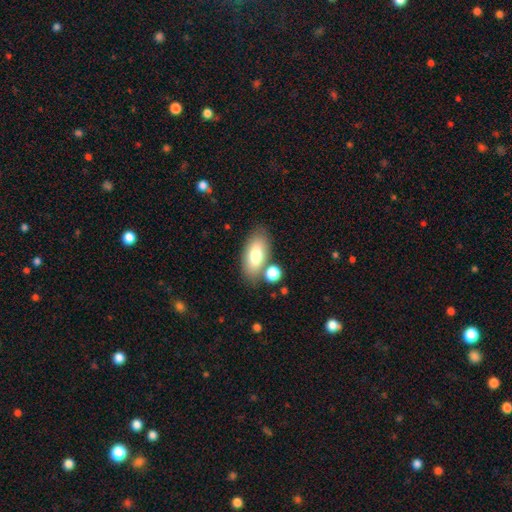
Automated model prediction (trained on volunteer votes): Smooth or featured? Predicted: smooth (p=0.76). How rounded? Predicted: in between (p=0.87). Merging? Predicted: none (p=0.71).